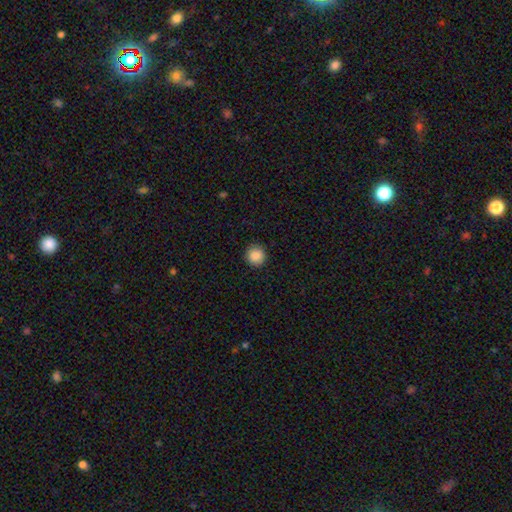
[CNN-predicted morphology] This appears to be a smooth galaxy with no disk features (88%) that is round (95%). Merging: none (92%).